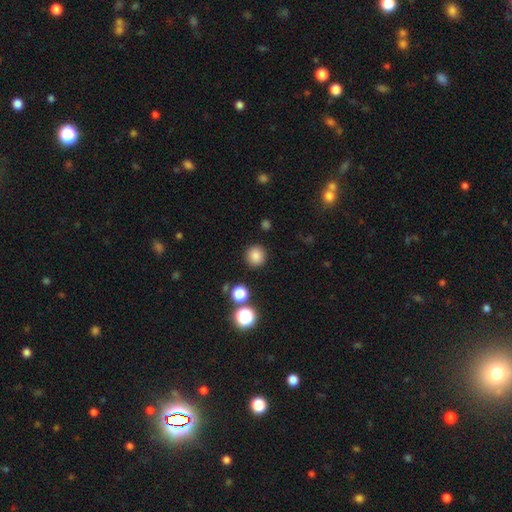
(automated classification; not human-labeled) The model was most divided on "smooth or featured": smooth: 84%, star or artifact: 12%, featured or disk: 4%. More confident: how rounded — round (92%); merging — none (89%).